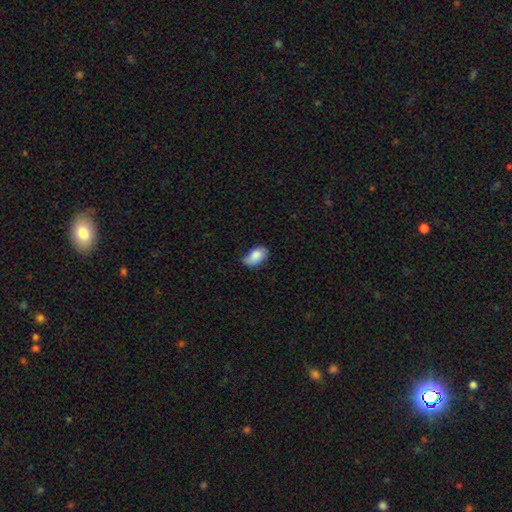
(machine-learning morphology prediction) Q: Smooth or featured?
A: smooth (84%); runner-up: featured or disk (9%)
Q: How rounded?
A: in between (92%); runner-up: round (6%)
Q: Merging?
A: none (54%); runner-up: minor disturbance (37%)